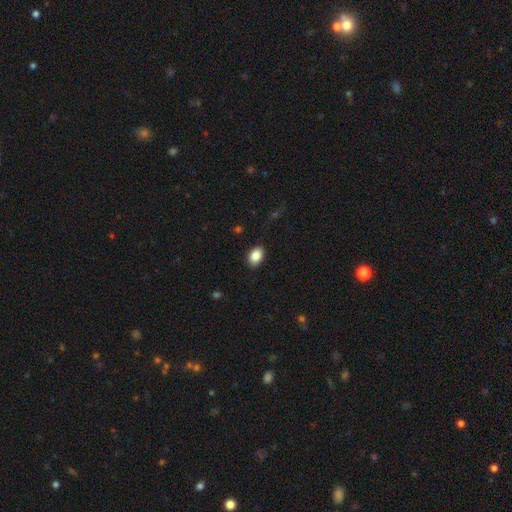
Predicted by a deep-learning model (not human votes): Smooth or featured? Predicted: smooth (p=0.87). How rounded? Predicted: in between (p=0.83). Merging? Predicted: none (p=0.88).